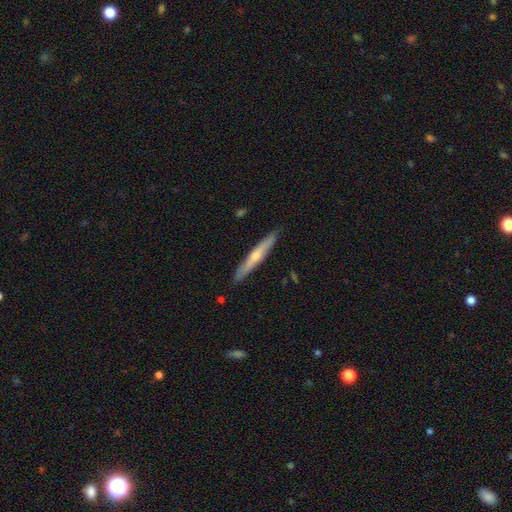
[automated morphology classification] Overall: featured or disk (61%; smooth 32%). Edge-on disk: yes (94%). Edge-on bulge: rounded (81%). Merging: none (90%).